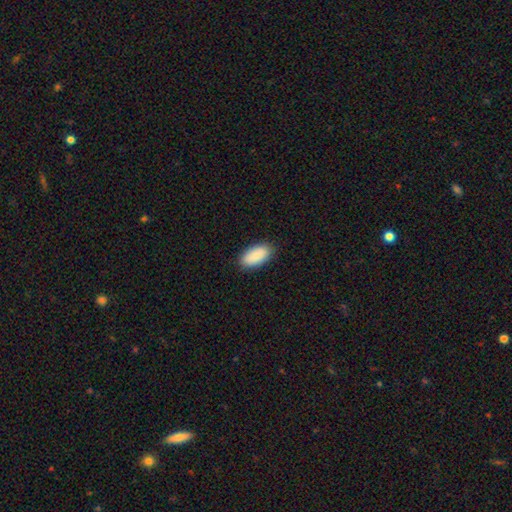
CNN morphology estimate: The model was most divided on "merging": none: 88%, minor disturbance: 9%, major disturbance: 2%, merger: 1%. More confident: how rounded — in between (95%); smooth or featured — smooth (88%).